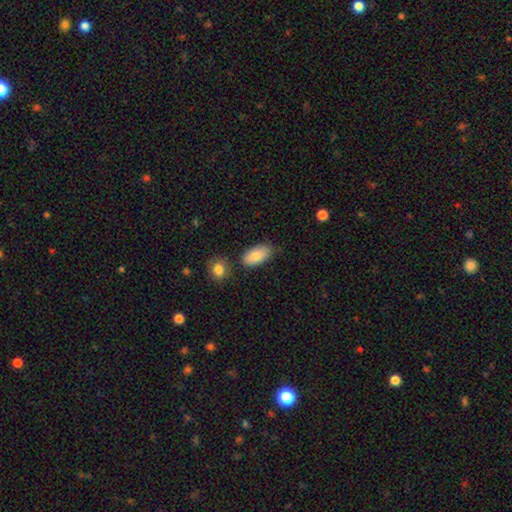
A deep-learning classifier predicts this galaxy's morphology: Smooth or featured? smooth (84%)
How rounded? in between (94%)
Merging? none (73%)